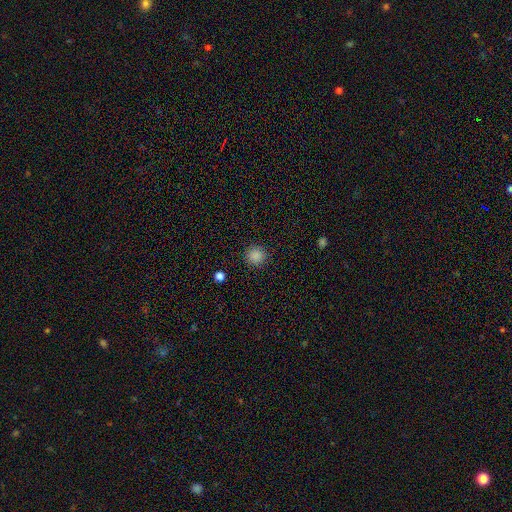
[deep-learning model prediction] This appears to be a smooth galaxy with no disk features (86%) that is round (94%). Merging: none (91%).